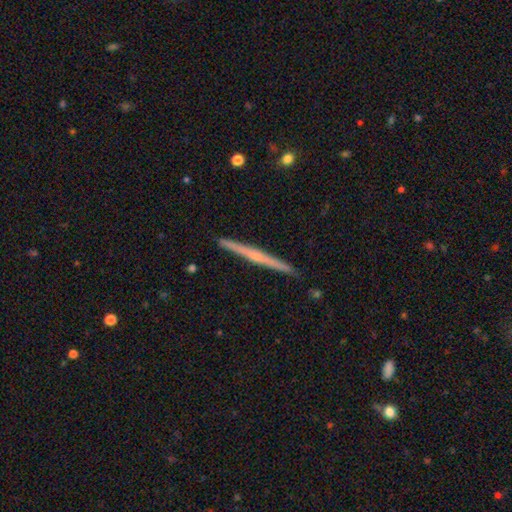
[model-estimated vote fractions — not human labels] Smooth or featured? Predicted: featured or disk (p=0.71). Edge-on disk? Predicted: yes (p=0.98). Edge-on bulge? Predicted: rounded (p=0.49). Merging? Predicted: none (p=0.92).